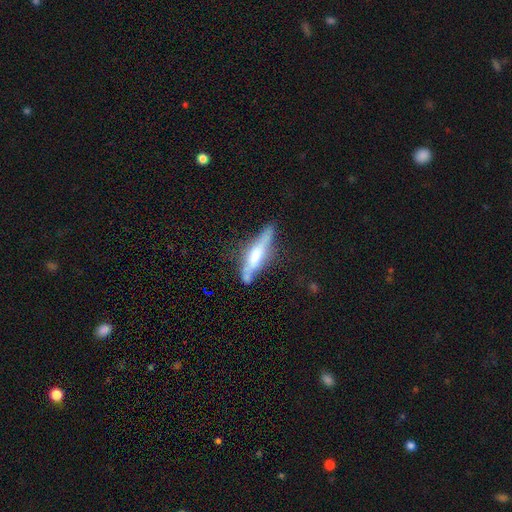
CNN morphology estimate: This is possibly a featured or disk galaxy (59%). It is clearly viewed edge-on (88%). Edge-on bulge: possibly rounded (59%). Merging: likely none (63%).